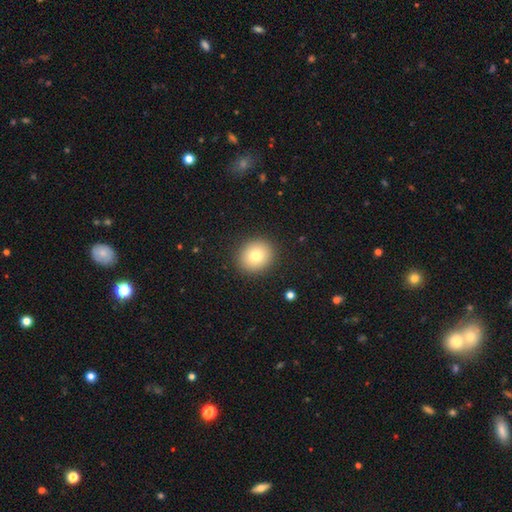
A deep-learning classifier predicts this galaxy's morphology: Smooth or featured? Predicted: smooth (p=0.77). How rounded? Predicted: round (p=0.82). Merging? Predicted: none (p=0.90).